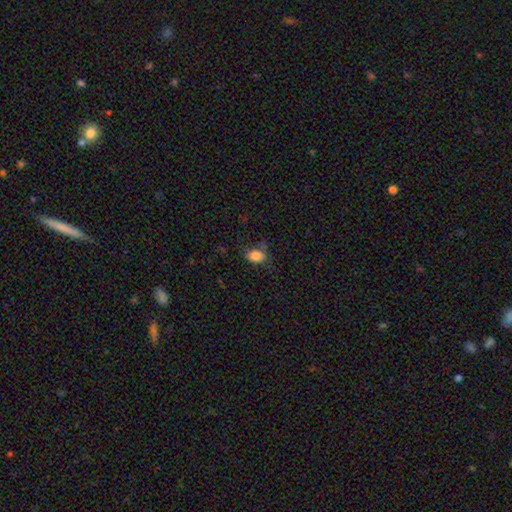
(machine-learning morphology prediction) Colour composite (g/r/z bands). It shows a smooth galaxy with no disk features (84%) that is in between round and cigar-shaped (76%). Merging: none (65%).